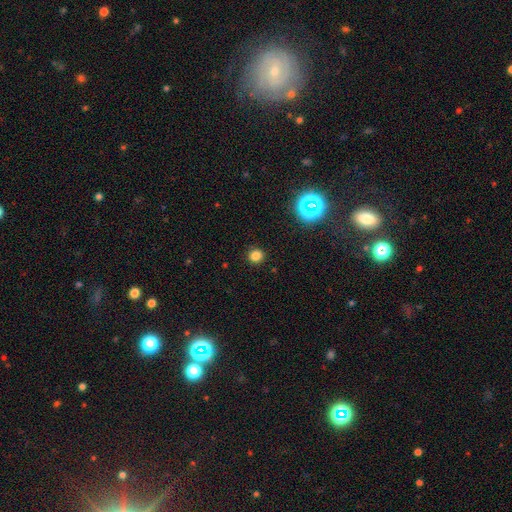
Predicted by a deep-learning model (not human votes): Smooth or featured? smooth (79%)
How rounded? round (91%)
Merging? none (91%)